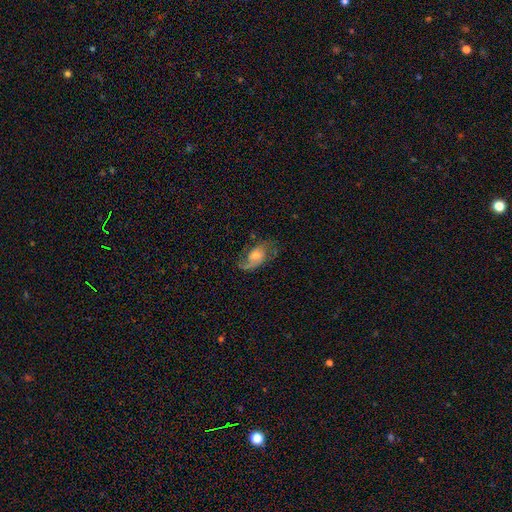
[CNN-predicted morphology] Smooth or featured? Predicted: featured or disk (p=0.73). Edge-on disk? Predicted: no (p=0.95). Bar? Predicted: no (p=0.62). Spiral arms? Predicted: yes (p=0.92). Spiral winding? Predicted: medium (p=0.45). Spiral arm count? Predicted: 2 (p=0.68). Bulge size? Predicted: moderate (p=0.52). Merging? Predicted: none (p=0.65).